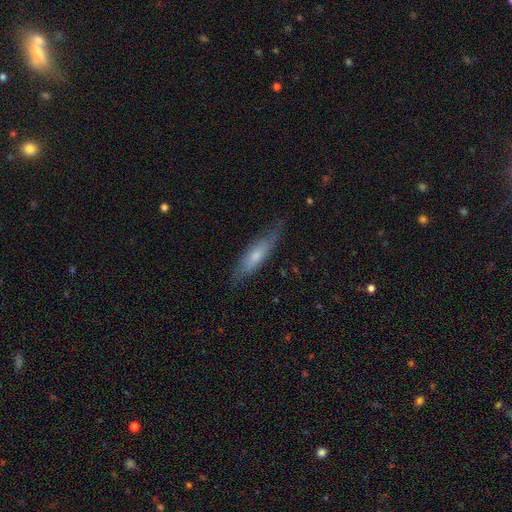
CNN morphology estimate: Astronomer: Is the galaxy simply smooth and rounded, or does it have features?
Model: smooth — 54% (runner-up: featured or disk, 40%).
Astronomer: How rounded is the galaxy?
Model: cigar-shaped — 72%.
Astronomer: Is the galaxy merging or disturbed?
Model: none — 74%.